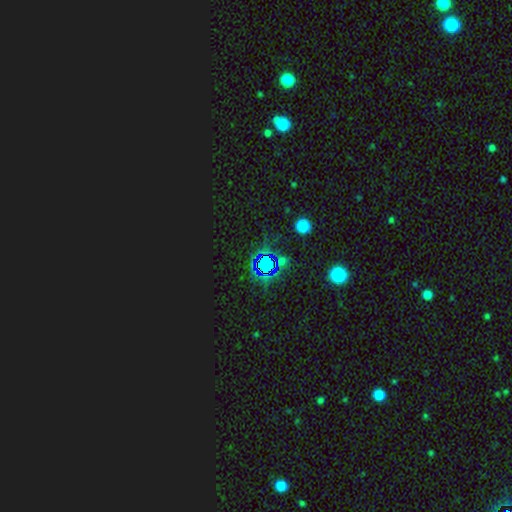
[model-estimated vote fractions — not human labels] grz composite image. It shows a star or artifact, not a galaxy (78%).